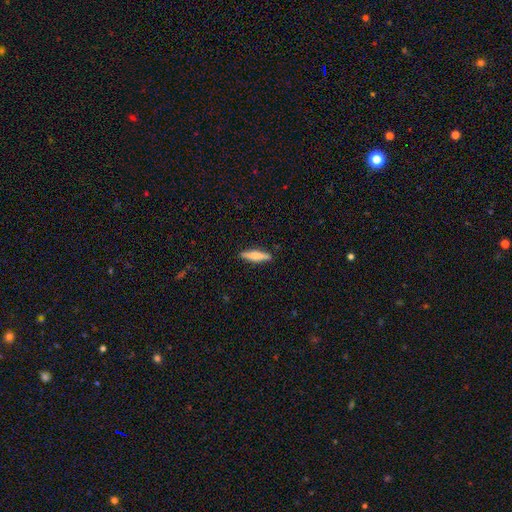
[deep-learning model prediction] Q: Smooth or featured?
A: smooth (62%); runner-up: featured or disk (33%)
Q: How rounded?
A: cigar-shaped (80%); runner-up: in between (18%)
Q: Merging?
A: none (89%); runner-up: minor disturbance (8%)